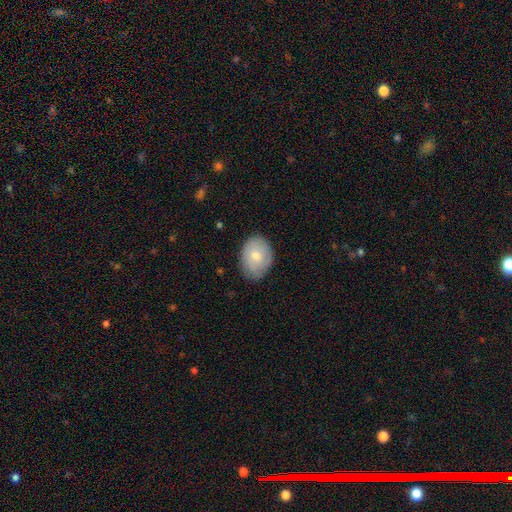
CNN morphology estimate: A smooth galaxy with no disk features (71%) that is in between round and cigar-shaped (67%). Merging: none (74%).